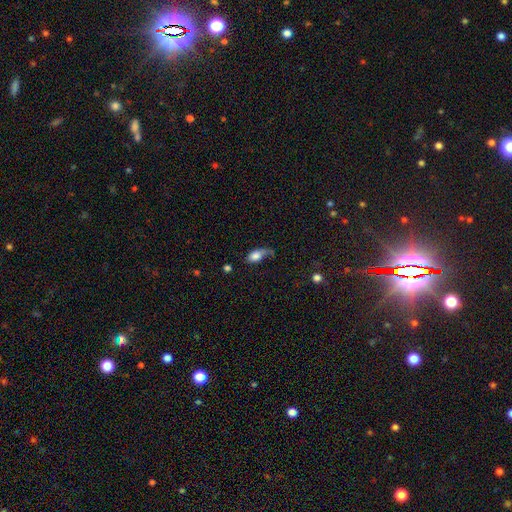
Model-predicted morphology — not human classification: smooth_or_featured: smooth (p=0.75) [alt: featured or disk p=0.17]
how_rounded: in between (p=0.87) [alt: cigar-shaped p=0.07]
merging: none (p=0.34) [alt: minor disturbance p=0.31]